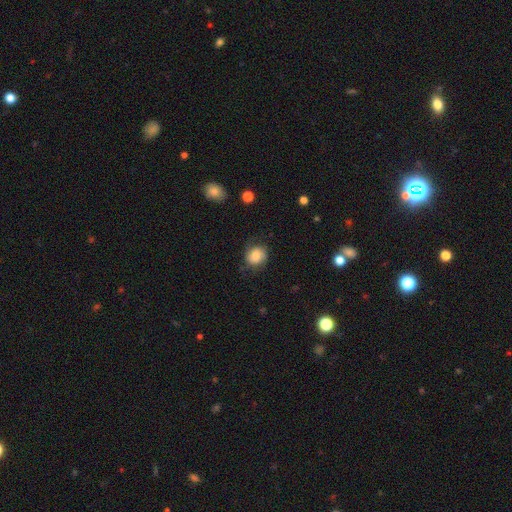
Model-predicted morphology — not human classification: This appears to be a smooth galaxy with no disk features (67%) that is round (71%). Merging: none (63%).